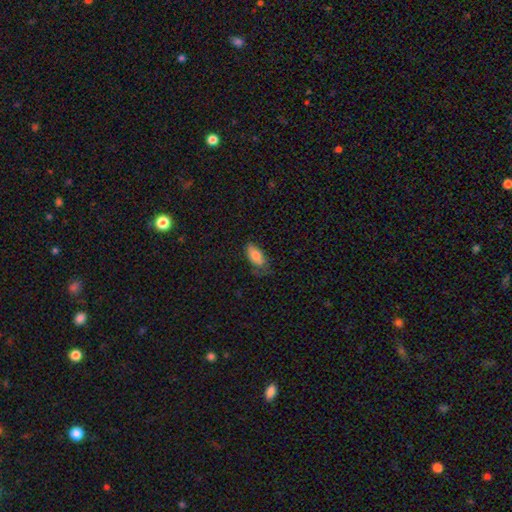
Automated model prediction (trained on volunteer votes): Smooth or featured? smooth (78%)
How rounded? in between (89%)
Merging? none (48%)